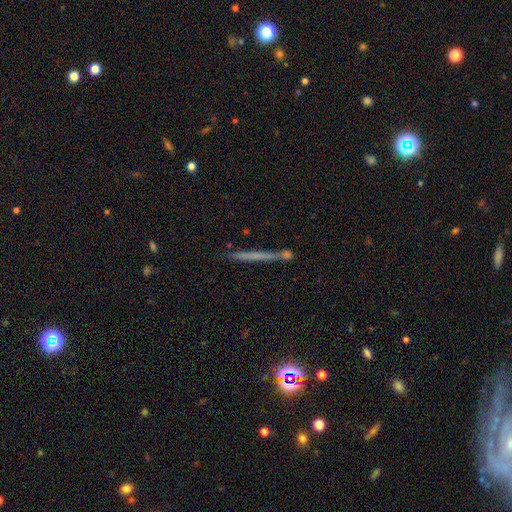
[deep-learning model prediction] Smooth or featured? featured or disk (45%)
Merging? none (80%)